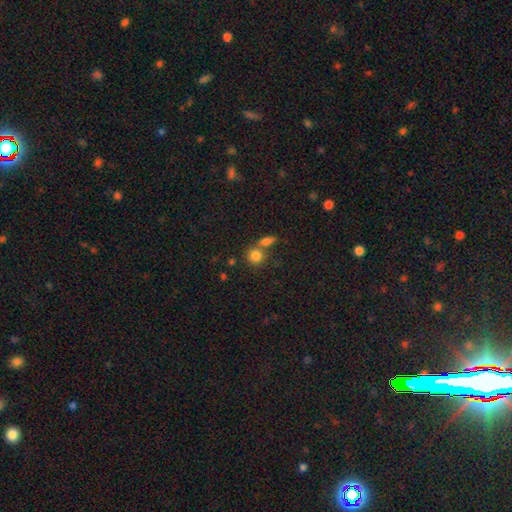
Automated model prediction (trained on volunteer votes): Morphology: type=smooth (82%); roundness=round (82%); merging=none (50%).